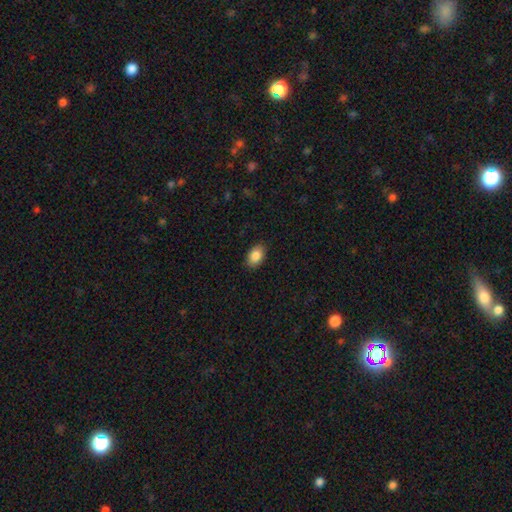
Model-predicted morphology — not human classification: smooth_or_featured: smooth (p=0.87) [alt: star or artifact p=0.07]
how_rounded: in between (p=0.90) [alt: round p=0.09]
merging: none (p=0.88) [alt: minor disturbance p=0.09]